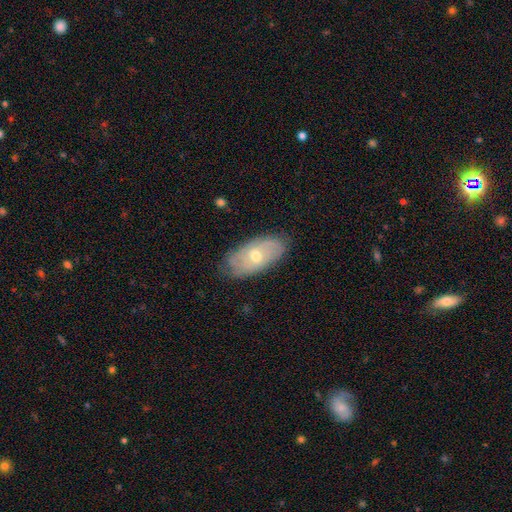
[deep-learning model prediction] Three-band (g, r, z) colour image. It shows a featured or disk galaxy (55%). Merging: none (75%).